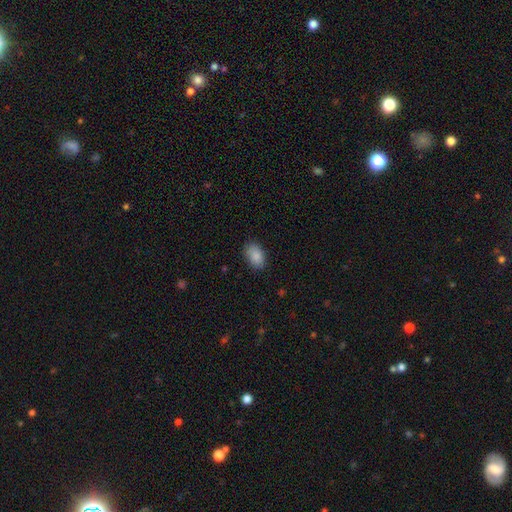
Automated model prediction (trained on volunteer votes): Smooth or featured?
  - smooth: 89% *
  - star or artifact: 7%
  - featured or disk: 4%
How rounded?
  - in between: 90% *
  - round: 9%
  - cigar-shaped: 1%
Merging?
  - none: 83% *
  - minor disturbance: 13%
  - major disturbance: 3%
  - merger: 1%